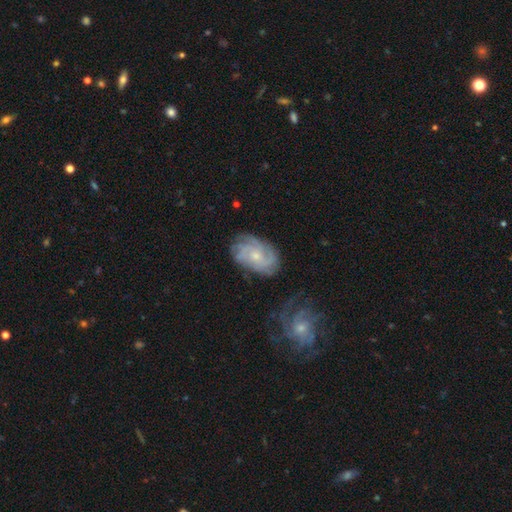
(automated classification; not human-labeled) This is likely a featured or disk galaxy (76%). It is clearly not viewed edge-on (96%). Bar: likely no (75%). Spiral arm pattern: clearly yes (93%). Spiral arm count: marginally can't tell (36%). Spiral winding: likely tight (61%). Central bulge: likely small (61%). Merging: likely none (73%).